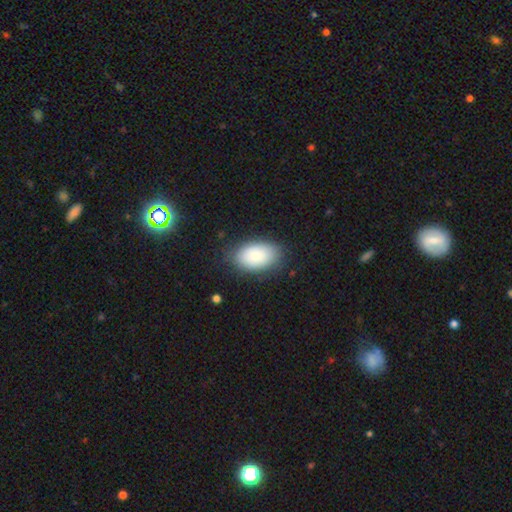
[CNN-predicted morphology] A smooth galaxy with no disk features (85%) that is in between round and cigar-shaped (92%).

Vote fractions:
- Smooth or featured? smooth: 85% / featured or disk: 9% / star or artifact: 7%
- How rounded? in between: 92% / round: 7% / cigar-shaped: 1%
- Merging? none: 81% / minor disturbance: 14% / major disturbance: 4% / merger: 1%